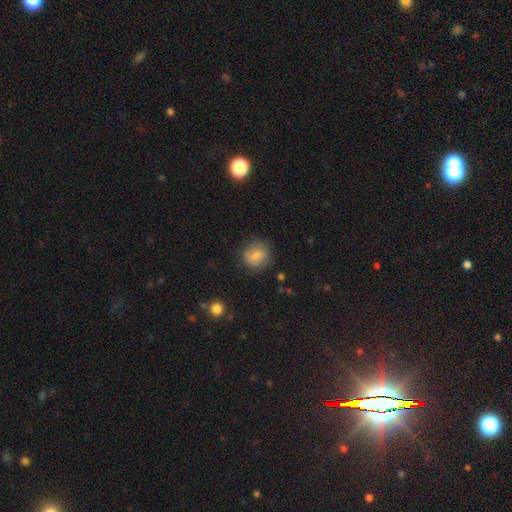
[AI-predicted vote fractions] smooth 76%, featured or disk 15%, star or artifact 8%. Down the decision tree: how rounded — round (83%); merging — none (80%).